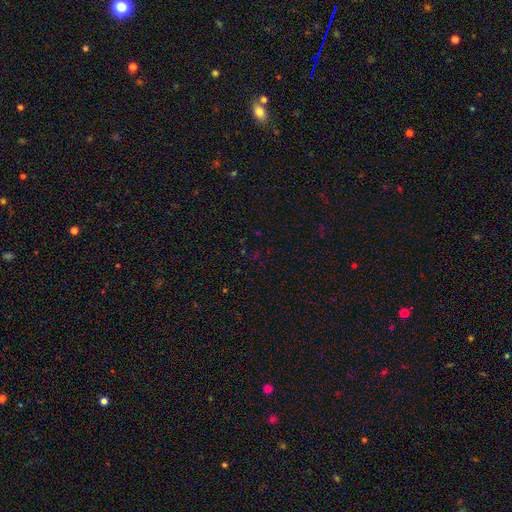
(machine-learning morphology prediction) smooth_or_featured: star or artifact (p=0.67) [alt: smooth p=0.26]